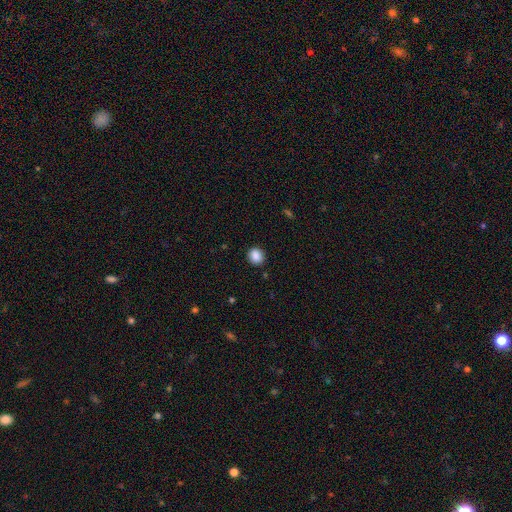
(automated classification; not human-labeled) smooth-or-featured: smooth: 88% | star or artifact: 9% | featured or disk: 3%
  how-rounded: round: 78% | in between: 21% | cigar-shaped: 1%
  merging: none: 89% | minor disturbance: 8% | major disturbance: 2% | merger: 1%